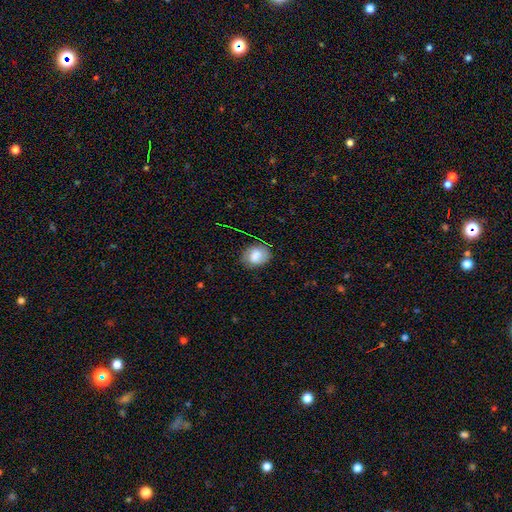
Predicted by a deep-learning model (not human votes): This is likely a smooth galaxy (74%). How rounded: possibly in between (55%). Merging: likely none (73%).